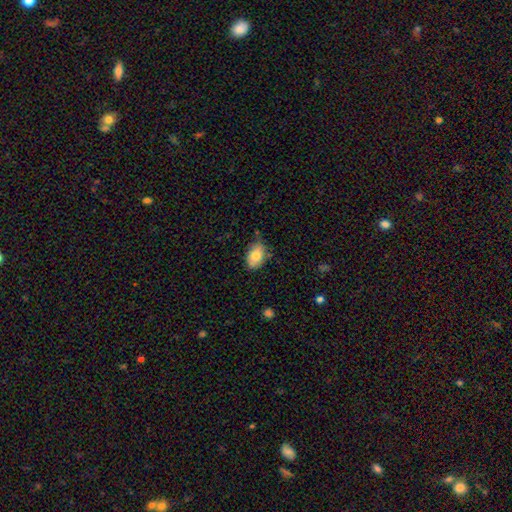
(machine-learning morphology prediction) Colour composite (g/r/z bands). It shows a smooth galaxy with no disk features (79%) that is in between round and cigar-shaped (85%). Merging: none (68%).